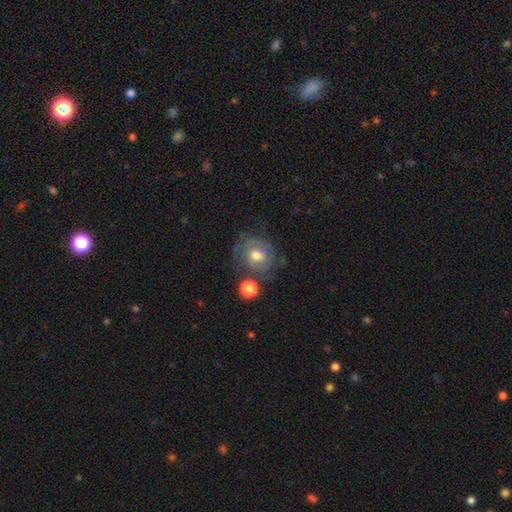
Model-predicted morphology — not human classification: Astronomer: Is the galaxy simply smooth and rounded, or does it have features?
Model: featured or disk — 46% (runner-up: smooth, 44%).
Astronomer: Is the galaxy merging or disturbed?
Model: none — 54%.